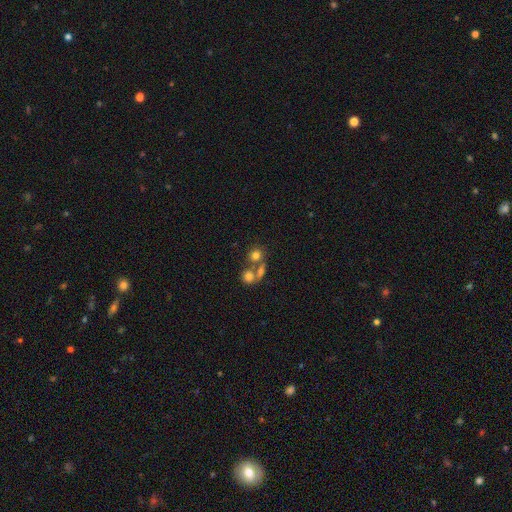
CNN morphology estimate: A smooth galaxy with no disk features (74%) that is round (79%). Merging: none (46%).